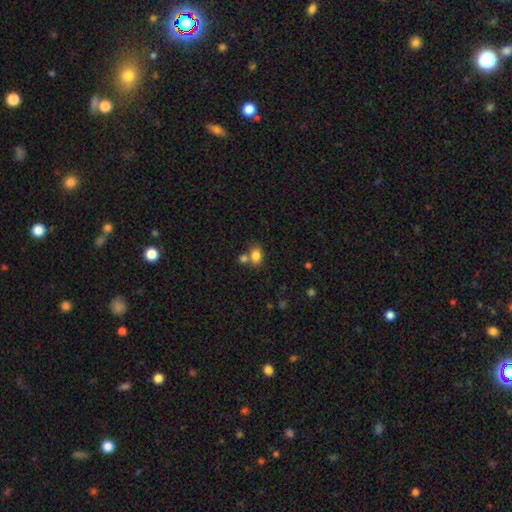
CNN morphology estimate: smooth_or_featured: smooth (p=0.82) [alt: star or artifact p=0.10]
how_rounded: in between (p=0.77) [alt: round p=0.21]
merging: none (p=0.51) [alt: merger p=0.34]